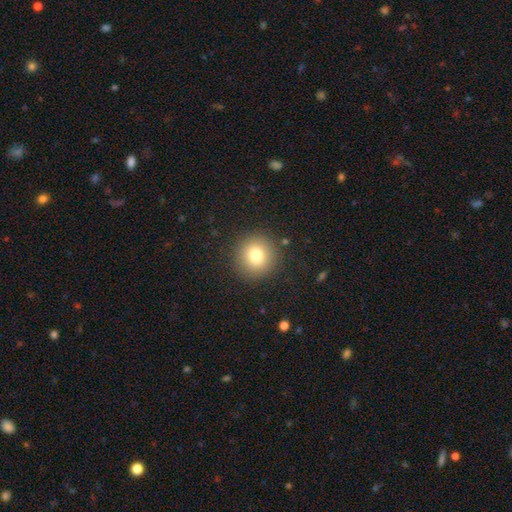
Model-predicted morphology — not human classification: Overall: smooth (79%). How rounded: round (95%). Merging: none (89%).